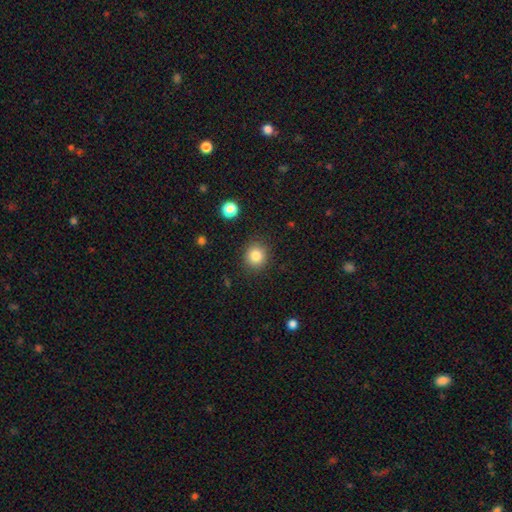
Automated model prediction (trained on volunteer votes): Overall: smooth (83%). How rounded: round (86%). Merging: none (88%).